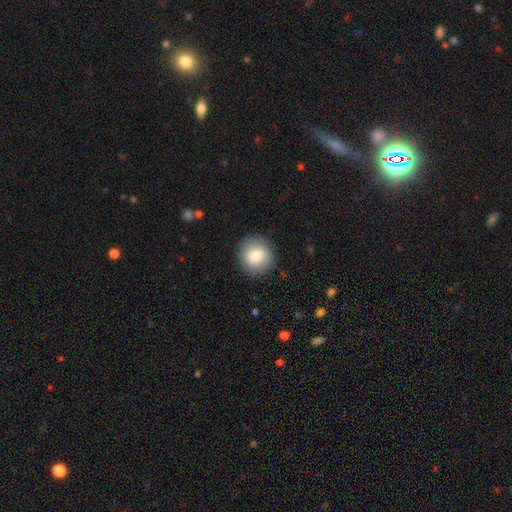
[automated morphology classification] A smooth galaxy with no disk features (81%) that is round (92%). Merging: none (88%).